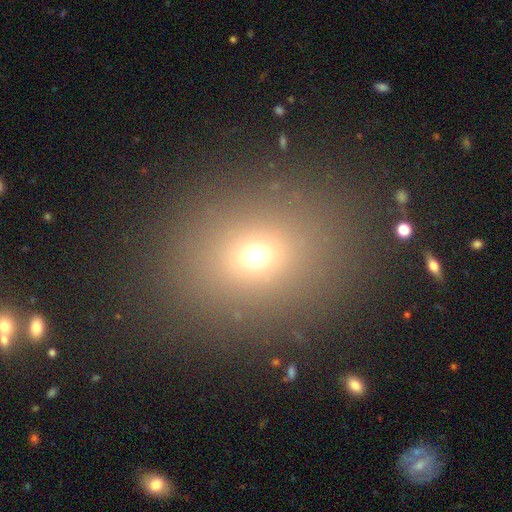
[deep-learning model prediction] smooth-or-featured: smooth: 67% | star or artifact: 23% | featured or disk: 10%
  how-rounded: round: 64% | in between: 35% | cigar-shaped: 1%
  merging: none: 84% | minor disturbance: 8% | major disturbance: 5% | merger: 2%